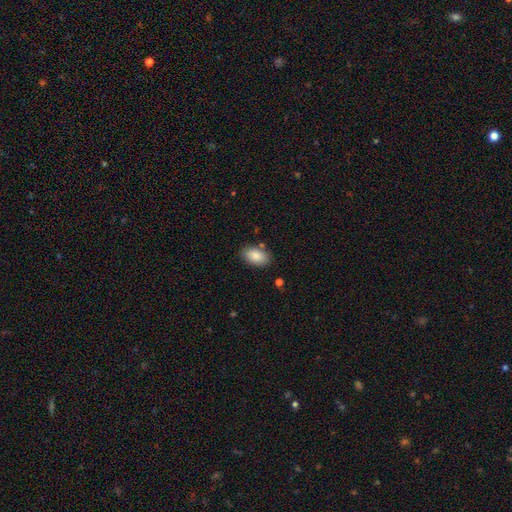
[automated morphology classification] A smooth galaxy with no disk features (86%) that is in between round and cigar-shaped (93%). Merging: none (84%).